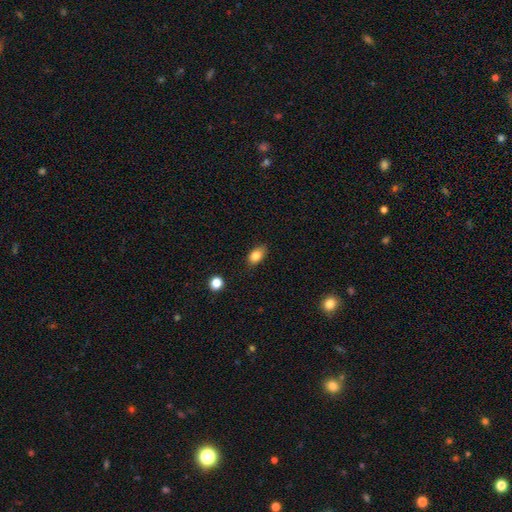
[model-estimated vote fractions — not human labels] Smooth or featured: smooth — 83% (star or artifact — 9%)
How rounded: in between — 85% (round — 12%)
Merging: none — 81% (minor disturbance — 15%)